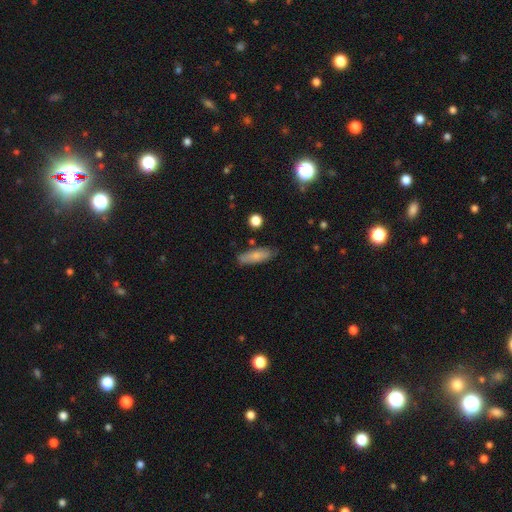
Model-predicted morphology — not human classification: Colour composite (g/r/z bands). It shows a smooth galaxy with no disk features (77%) that is in between round and cigar-shaped (50%). Merging: none (76%).